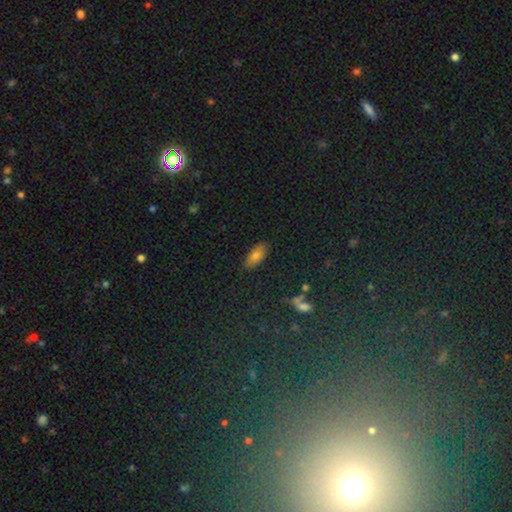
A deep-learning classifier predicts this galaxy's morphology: A smooth galaxy with no disk features (75%) that is in between round and cigar-shaped (86%).

Vote fractions:
- Smooth or featured? smooth: 75% / featured or disk: 13% / star or artifact: 12%
- How rounded? in between: 86% / cigar-shaped: 10% / round: 3%
- Merging? none: 86% / minor disturbance: 10% / major disturbance: 2% / merger: 2%